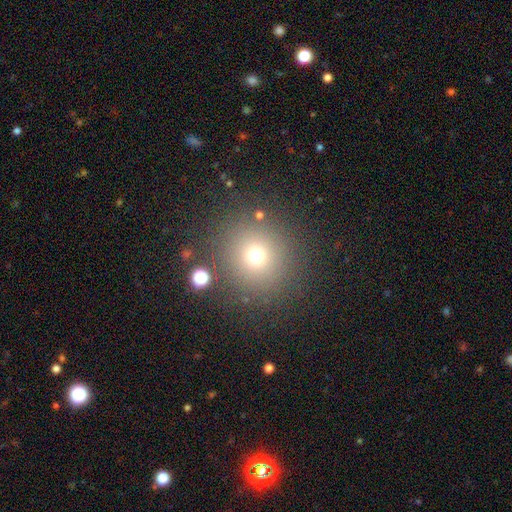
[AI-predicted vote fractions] A smooth galaxy with no disk features (69%) that is round (93%). Merging: none (86%).